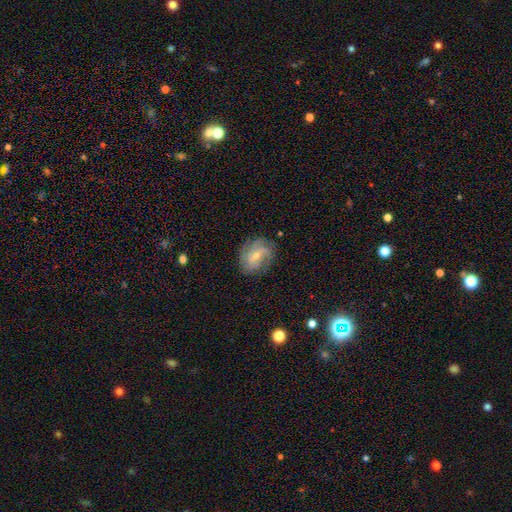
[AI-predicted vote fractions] Smooth or featured? featured or disk (72%)
Edge-on disk? no (97%)
Bar? no (53%)
Spiral arms? yes (92%)
Spiral winding? tight (54%)
Spiral arm count? can't tell (34%)
Bulge size? small (58%)
Merging? none (77%)